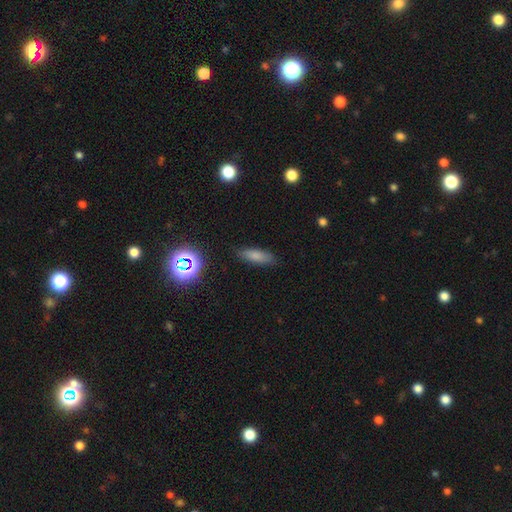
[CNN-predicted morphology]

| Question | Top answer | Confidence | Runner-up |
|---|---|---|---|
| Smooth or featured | smooth | 77% | star or artifact (13%) |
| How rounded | in between | 62% | cigar-shaped (35%) |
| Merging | none | 83% | minor disturbance (12%) |